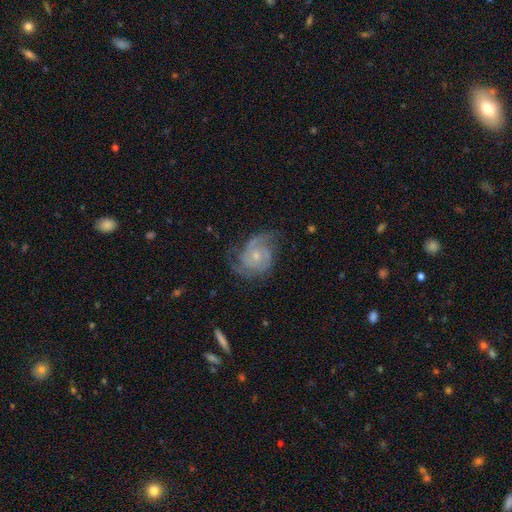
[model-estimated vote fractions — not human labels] A featured or disk galaxy (87%) with no bar (74%), 2 (53%) tight (46%) spiral arms (97%) and a small central bulge (65%). Merging: none (66%).